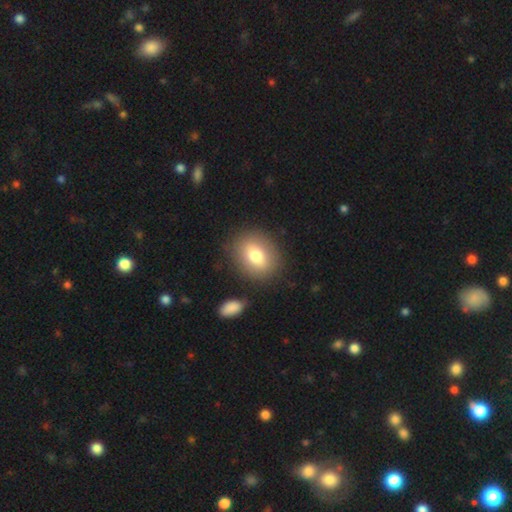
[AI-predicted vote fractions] This is likely a smooth galaxy (74%). How rounded: possibly in between (55%). Merging: clearly none (83%).